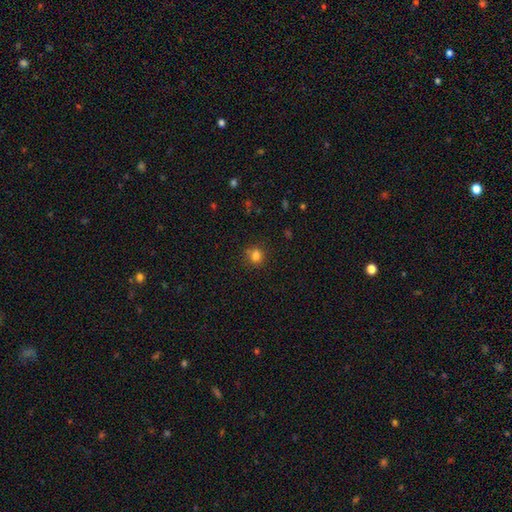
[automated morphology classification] A smooth galaxy with no disk features (79%) that is round (72%).

Vote fractions:
- Smooth or featured? smooth: 79% / star or artifact: 15% / featured or disk: 7%
- How rounded? round: 72% / in between: 27% / cigar-shaped: 1%
- Merging? none: 70% / minor disturbance: 14% / merger: 12% / major disturbance: 4%